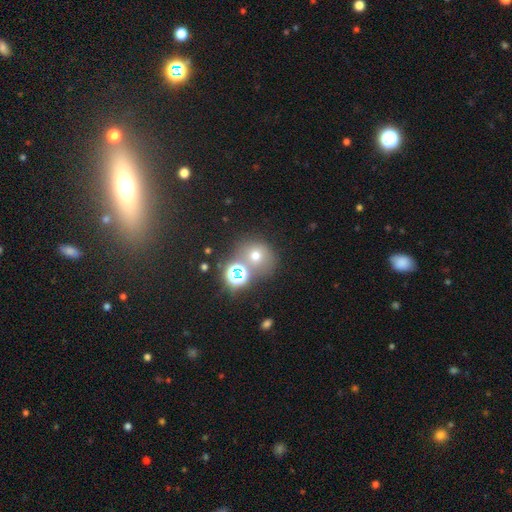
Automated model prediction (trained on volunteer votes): smooth_or_featured: smooth (p=0.60) [alt: star or artifact p=0.29]
how_rounded: round (p=0.79) [alt: in between p=0.20]
merging: none (p=0.58) [alt: merger p=0.25]